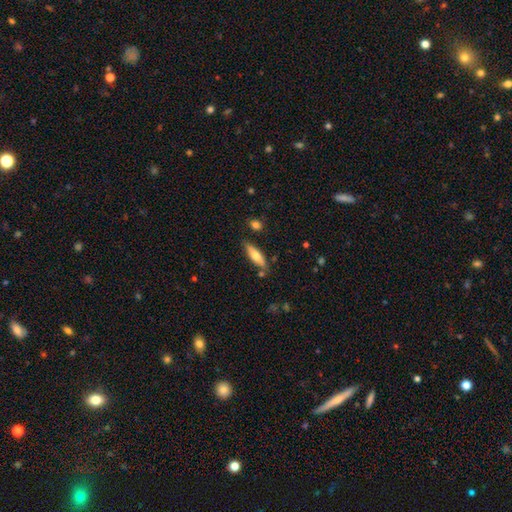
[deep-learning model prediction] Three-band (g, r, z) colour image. It shows a smooth galaxy with no disk features (63%) that is cigar-shaped (54%). Merging: none (77%).